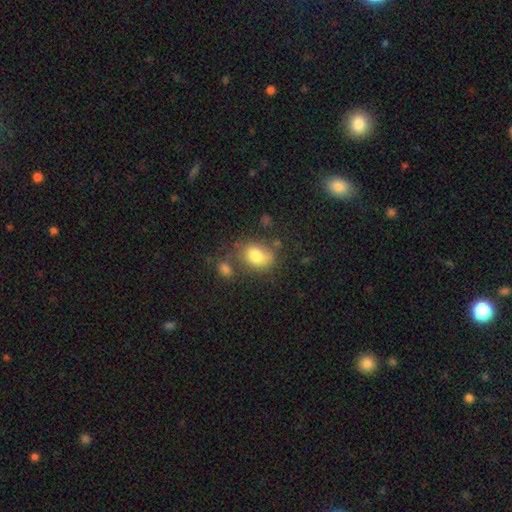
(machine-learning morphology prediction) A smooth galaxy with no disk features (79%) that is in between round and cigar-shaped (63%). Merging: none (59%).